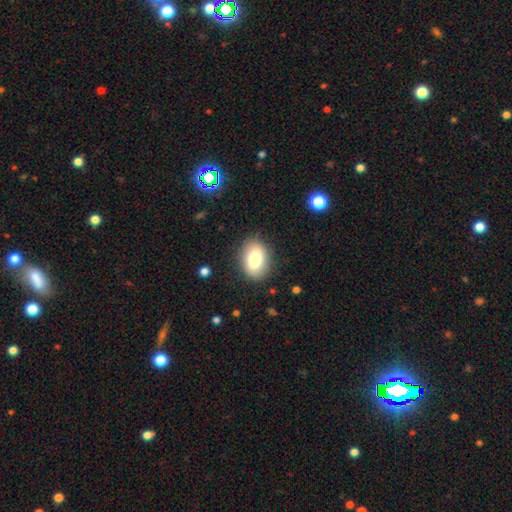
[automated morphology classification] smooth-or-featured: smooth: 78% | featured or disk: 14% | star or artifact: 8%
  how-rounded: in between: 76% | round: 23% | cigar-shaped: 1%
  merging: none: 85% | minor disturbance: 11% | major disturbance: 3% | merger: 1%